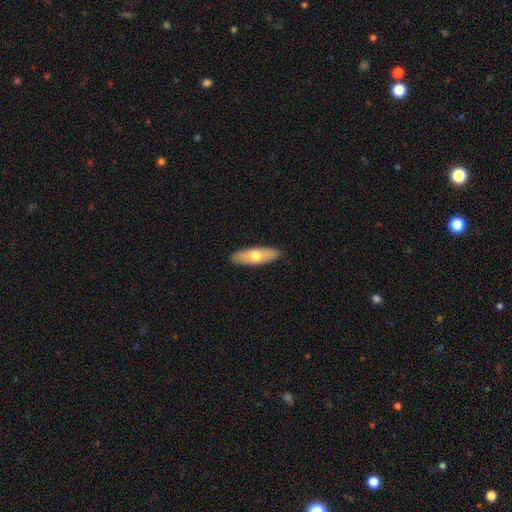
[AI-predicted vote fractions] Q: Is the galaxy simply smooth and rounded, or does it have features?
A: smooth — 62%.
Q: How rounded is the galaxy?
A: in between — 55%.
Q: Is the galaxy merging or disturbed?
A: none — 90%.